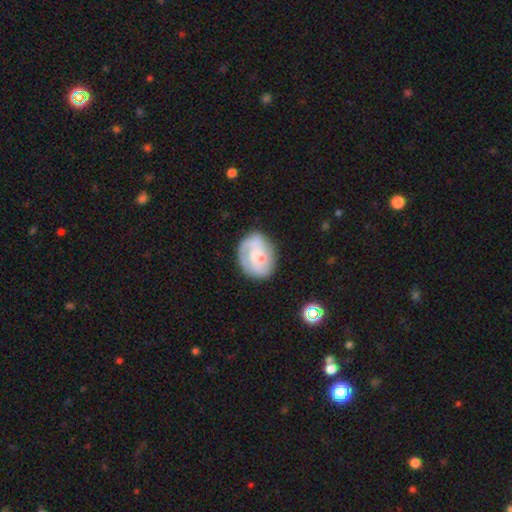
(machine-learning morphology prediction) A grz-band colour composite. It shows a featured or disk galaxy (56%) with no bar (58%), spiral arms (74%) and a small central bulge (49%). Merging: none (65%).